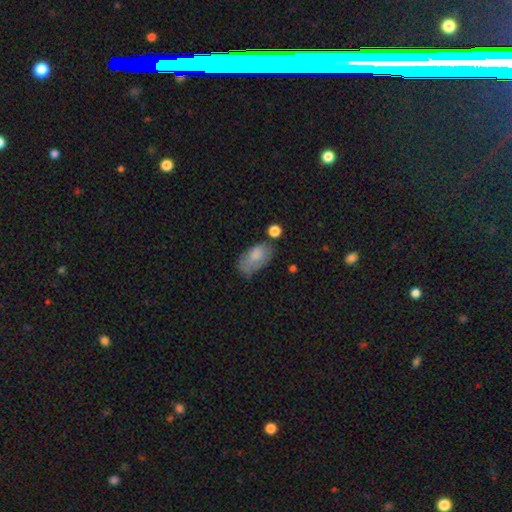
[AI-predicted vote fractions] smooth_or_featured: smooth (p=0.76) [alt: featured or disk p=0.17]
how_rounded: in between (p=0.93) [alt: round p=0.04]
merging: none (p=0.49) [alt: minor disturbance p=0.31]